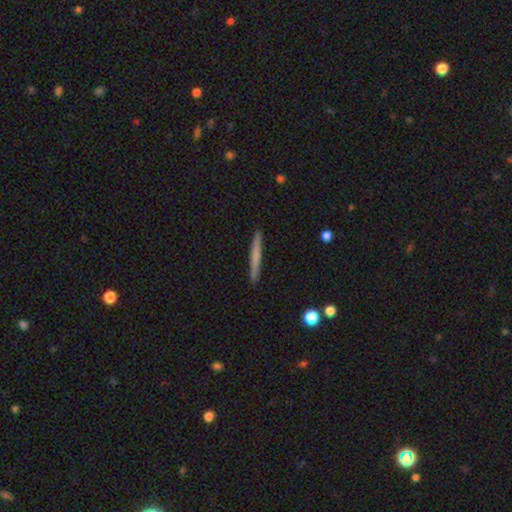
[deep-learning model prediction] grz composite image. It shows a smooth galaxy with no disk features (61%) that is cigar-shaped (96%). Merging: none (92%).